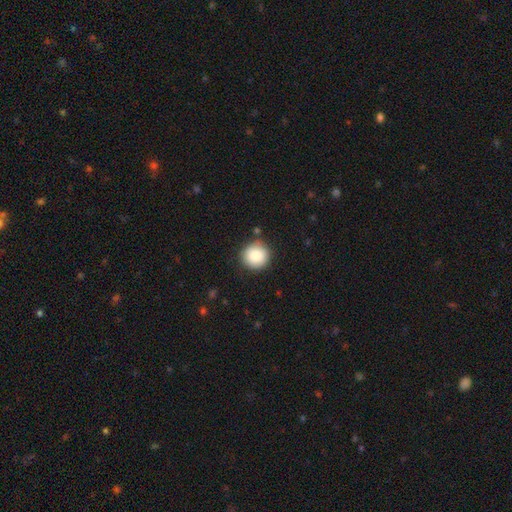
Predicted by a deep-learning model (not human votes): Morphology: type=smooth (84%); roundness=round (94%); merging=none (86%).